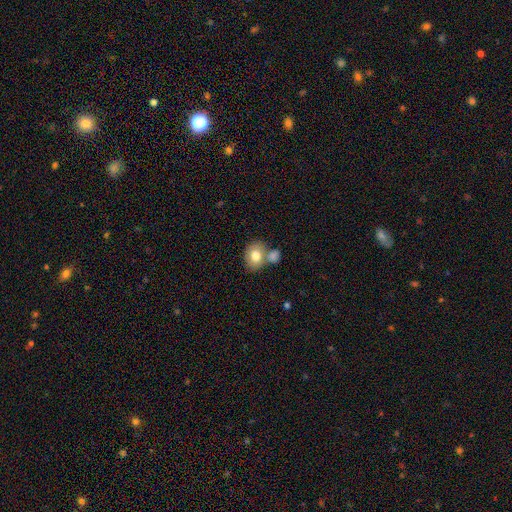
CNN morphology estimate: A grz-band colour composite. It shows a smooth galaxy with no disk features (77%) that is in between round and cigar-shaped (57%). Merging: none (49%).